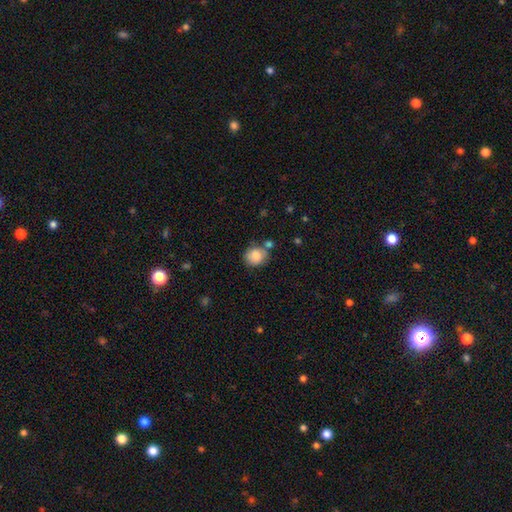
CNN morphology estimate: Smooth or featured? smooth (84%)
How rounded? round (75%)
Merging? none (66%)